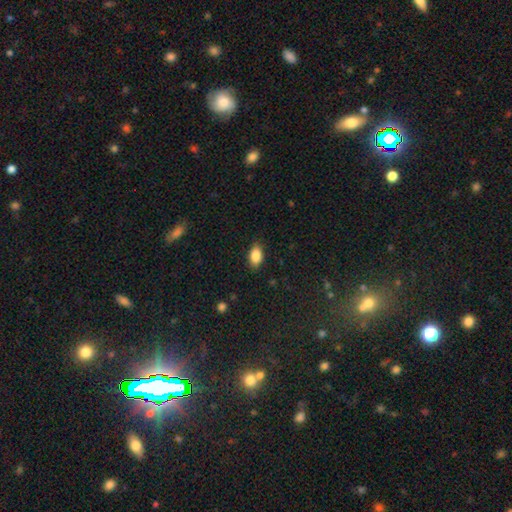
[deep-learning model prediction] Overall: smooth (87%). How rounded: in between (90%). Merging: none (86%).